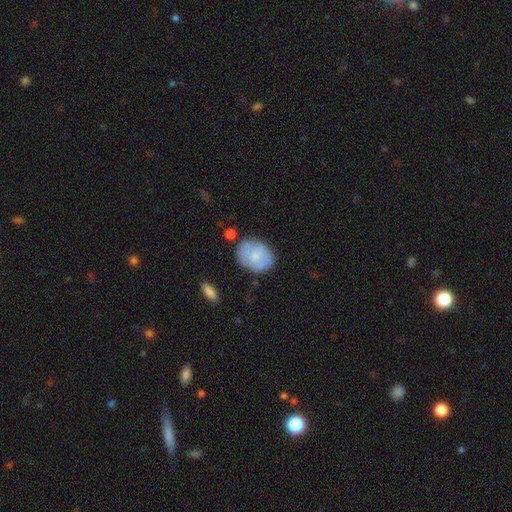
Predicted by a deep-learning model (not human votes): A smooth galaxy with no disk features (68%) that is in between round and cigar-shaped (52%). Merging: none (67%).